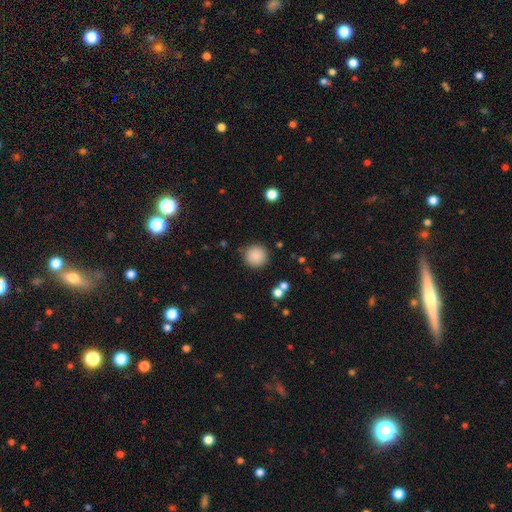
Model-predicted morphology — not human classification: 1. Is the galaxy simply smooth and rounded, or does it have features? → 87% smooth, 9% star or artifact, 4% featured or disk.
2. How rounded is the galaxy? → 95% round, 4% in between, 1% cigar-shaped.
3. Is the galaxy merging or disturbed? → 87% none, 8% minor disturbance, 3% major disturbance, 2% merger.